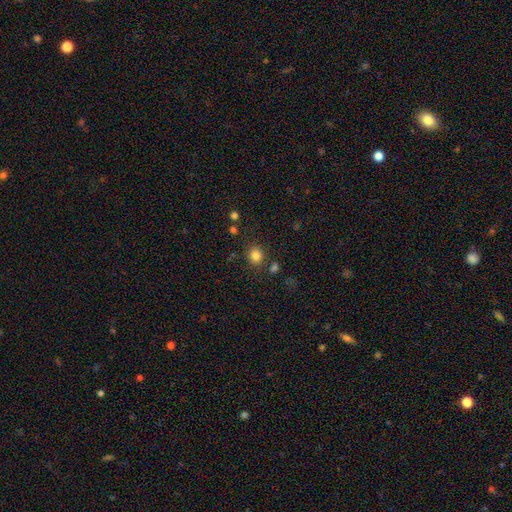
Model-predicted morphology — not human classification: Smooth or featured: smooth — 82% (star or artifact — 13%)
How rounded: round — 80% (in between — 19%)
Merging: none — 83% (minor disturbance — 9%)